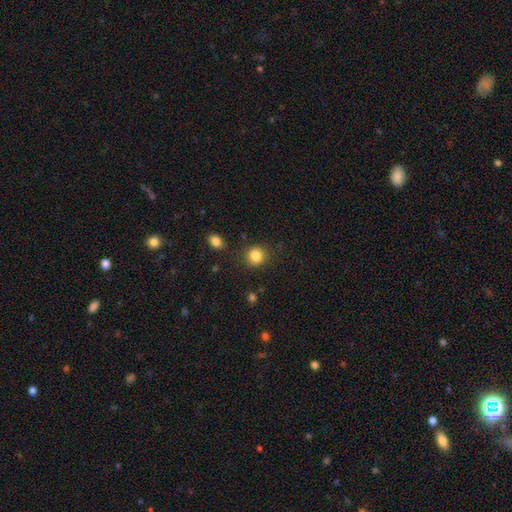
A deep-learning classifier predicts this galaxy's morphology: Smooth or featured? Predicted: smooth (p=0.85). How rounded? Predicted: round (p=0.82). Merging? Predicted: none (p=0.84).